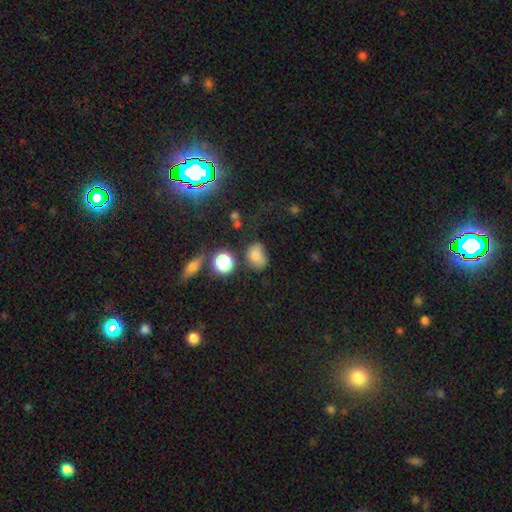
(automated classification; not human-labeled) A smooth galaxy with no disk features (77%) that is in between round and cigar-shaped (62%). Merging: none (56%).